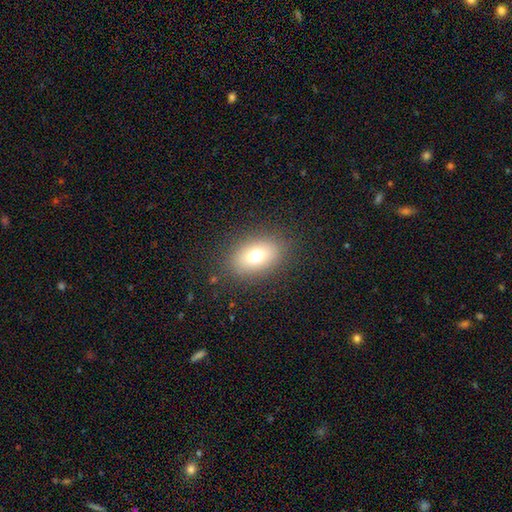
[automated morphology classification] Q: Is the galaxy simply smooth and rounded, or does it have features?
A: smooth — 71%.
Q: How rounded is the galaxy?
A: in between — 78%.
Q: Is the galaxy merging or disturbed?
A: none — 83%.